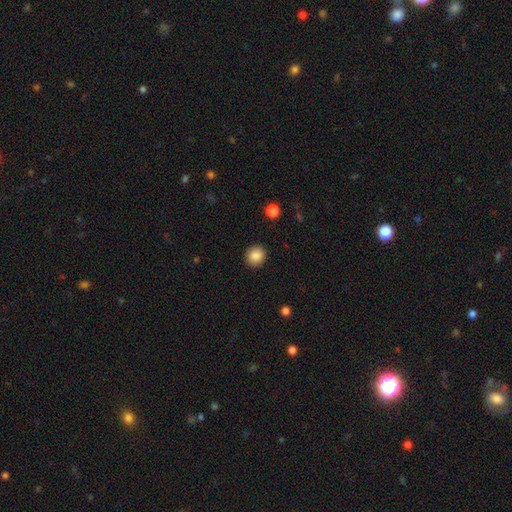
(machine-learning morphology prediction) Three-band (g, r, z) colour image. It shows a smooth galaxy with no disk features (86%) that is round (89%). Merging: none (91%).